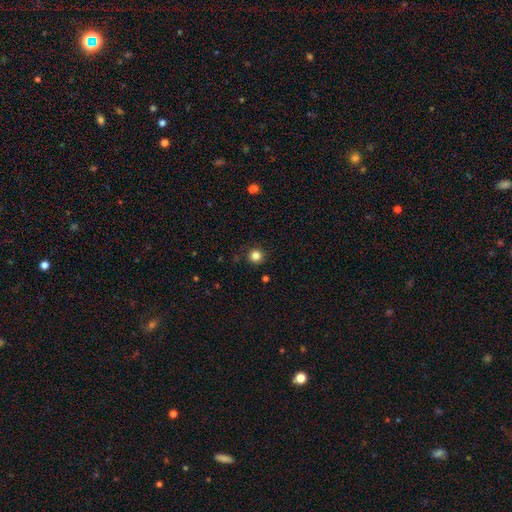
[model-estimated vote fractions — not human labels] The model was most divided on "smooth or featured": smooth: 84%, star or artifact: 12%, featured or disk: 4%. More confident: how rounded — round (94%); merging — none (90%).